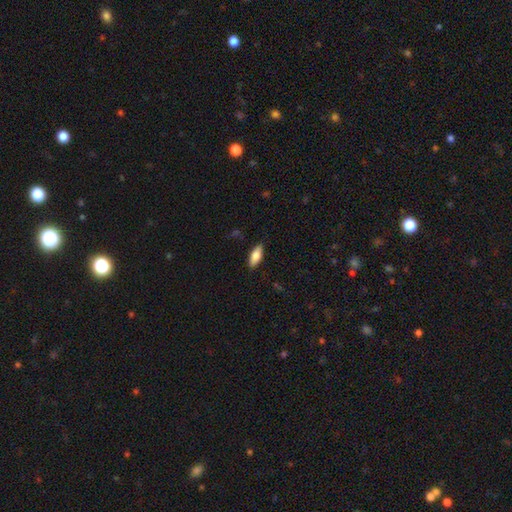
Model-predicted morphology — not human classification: Smooth or featured?
  - smooth: 75% *
  - featured or disk: 19%
  - star or artifact: 6%
How rounded?
  - in between: 78% *
  - cigar-shaped: 19%
  - round: 2%
Merging?
  - none: 85% *
  - minor disturbance: 12%
  - major disturbance: 2%
  - merger: 1%